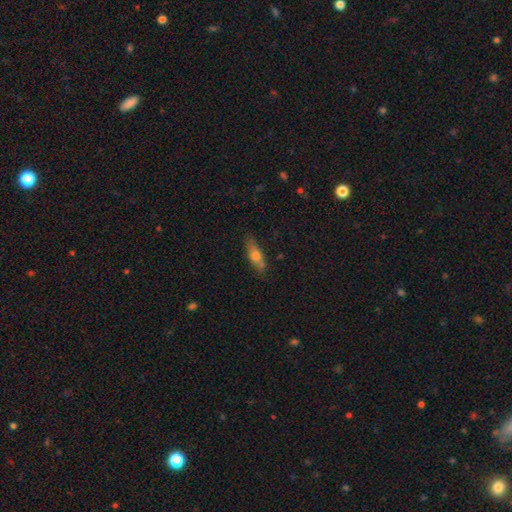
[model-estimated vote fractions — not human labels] A smooth galaxy with no disk features (59%) that is cigar-shaped (53%). Merging: none (79%).